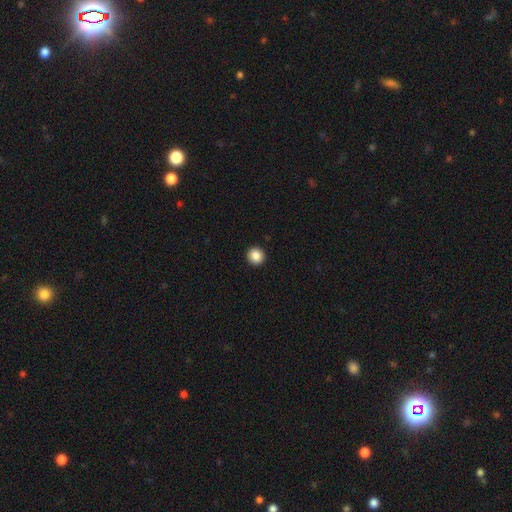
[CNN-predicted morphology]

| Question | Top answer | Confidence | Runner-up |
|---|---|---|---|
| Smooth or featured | smooth | 87% | star or artifact (9%) |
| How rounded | round | 94% | in between (5%) |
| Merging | none | 94% | minor disturbance (4%) |